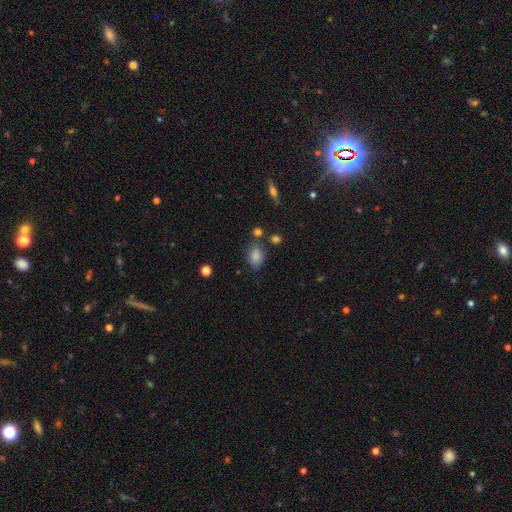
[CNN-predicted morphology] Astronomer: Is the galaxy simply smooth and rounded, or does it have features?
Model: smooth — 81%.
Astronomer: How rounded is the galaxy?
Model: in between — 80%.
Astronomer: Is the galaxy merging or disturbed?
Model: none — 70%.